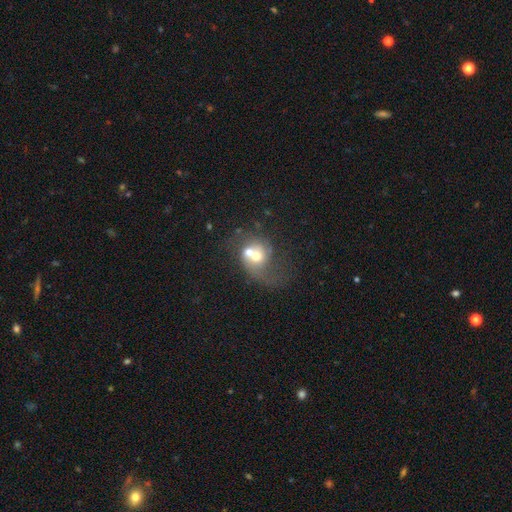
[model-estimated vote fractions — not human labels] Smooth or featured? featured or disk (50%)
Merging? merger (64%)